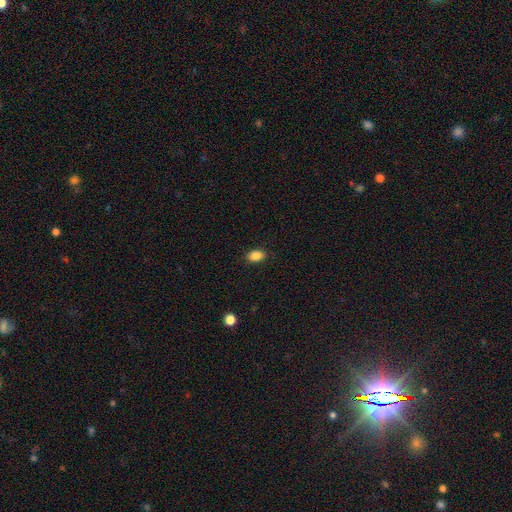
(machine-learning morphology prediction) This is clearly a smooth galaxy (87%). How rounded: clearly in between (84%). Merging: clearly none (89%).